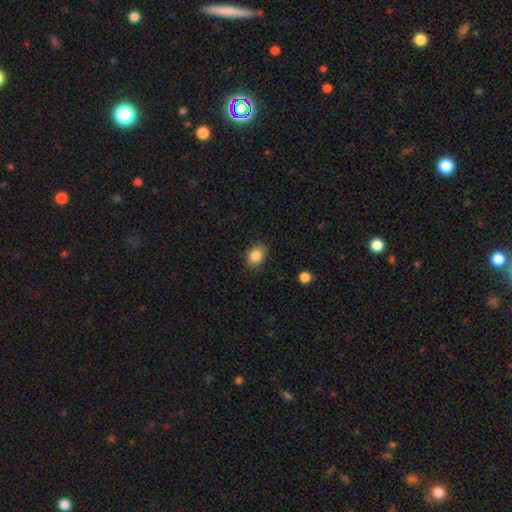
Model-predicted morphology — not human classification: A smooth galaxy with no disk features (86%) that is in between round and cigar-shaped (63%).

Vote fractions:
- Smooth or featured? smooth: 86% / star or artifact: 9% / featured or disk: 5%
- How rounded? in between: 63% / round: 36% / cigar-shaped: 1%
- Merging? none: 84% / minor disturbance: 12% / major disturbance: 3% / merger: 1%